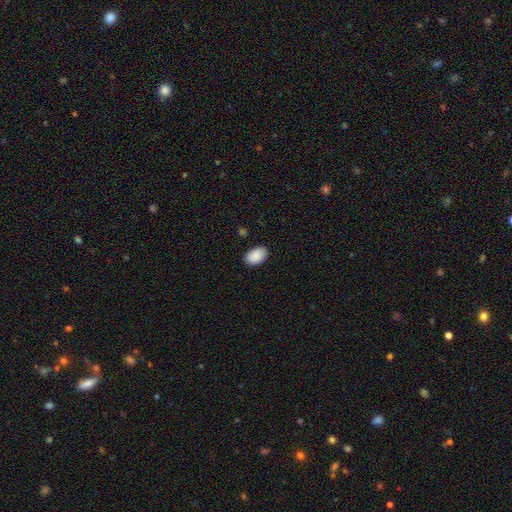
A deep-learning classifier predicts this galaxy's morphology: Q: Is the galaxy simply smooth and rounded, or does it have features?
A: smooth — 90%.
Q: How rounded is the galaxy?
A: in between — 88%.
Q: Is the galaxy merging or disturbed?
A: none — 86%.